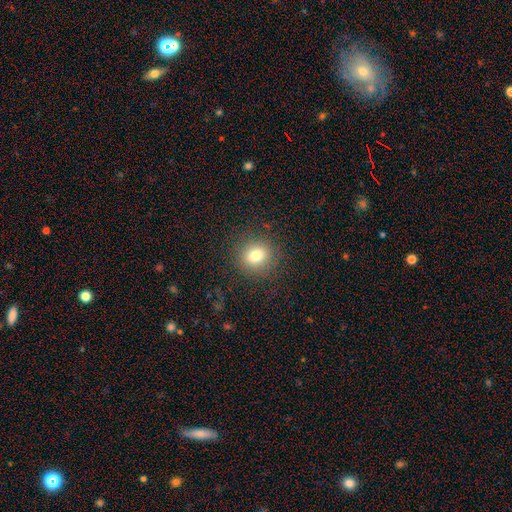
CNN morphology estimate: A smooth galaxy with no disk features (78%) that is round (76%). Merging: none (87%).